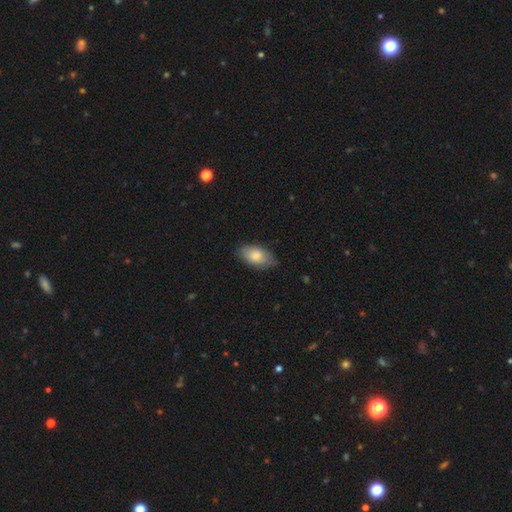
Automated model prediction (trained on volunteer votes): Smooth or featured: smooth — 81% (featured or disk — 13%)
How rounded: in between — 93% (round — 4%)
Merging: none — 76% (minor disturbance — 20%)